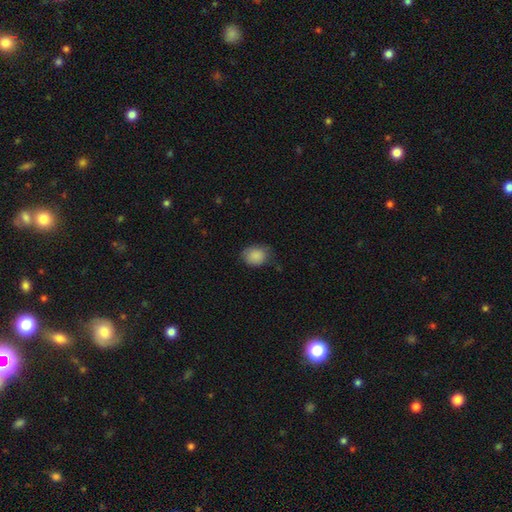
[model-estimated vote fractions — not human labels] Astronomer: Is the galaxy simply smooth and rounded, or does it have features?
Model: smooth — 88%.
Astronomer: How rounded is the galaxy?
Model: round — 54% (runner-up: in between, 45%).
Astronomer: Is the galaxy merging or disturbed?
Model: none — 67%.